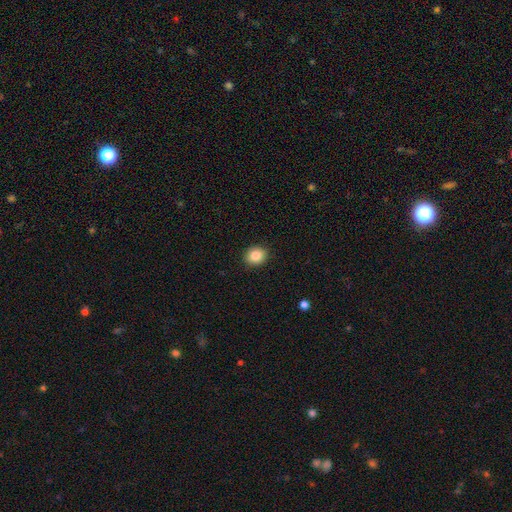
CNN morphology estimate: Overall: smooth (86%). How rounded: round (69%; in between 30%). Merging: none (91%).